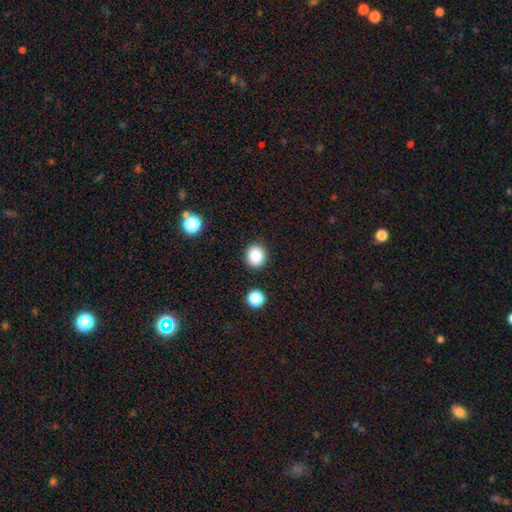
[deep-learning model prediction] smooth-or-featured: smooth: 86% | star or artifact: 10% | featured or disk: 3%
  how-rounded: round: 82% | in between: 17% | cigar-shaped: 1%
  merging: none: 89% | minor disturbance: 7% | major disturbance: 2% | merger: 2%